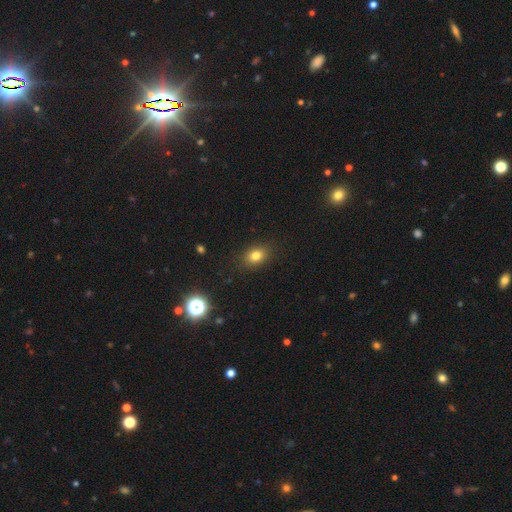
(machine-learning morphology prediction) smooth-or-featured: smooth: 79% | star or artifact: 13% | featured or disk: 8%
  how-rounded: in between: 67% | round: 32% | cigar-shaped: 1%
  merging: none: 87% | minor disturbance: 10% | major disturbance: 3% | merger: 1%